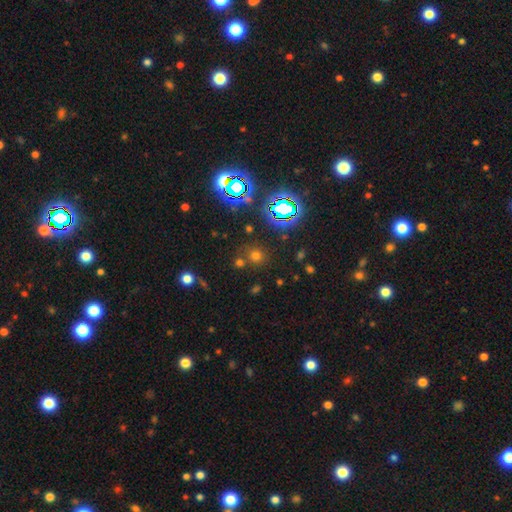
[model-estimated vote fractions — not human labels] A smooth galaxy with no disk features (57%) that is round (88%).

Vote fractions:
- Smooth or featured? smooth: 57% / star or artifact: 35% / featured or disk: 8%
- How rounded? round: 88% / in between: 10% / cigar-shaped: 1%
- Merging? none: 74% / merger: 13% / minor disturbance: 8% / major disturbance: 4%